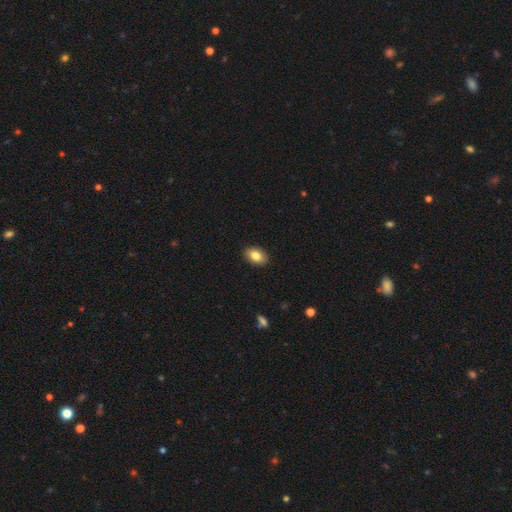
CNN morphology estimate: The model was most divided on "how rounded": in between: 87%, round: 11%, cigar-shaped: 1%. More confident: merging — none (90%); smooth or featured — smooth (84%).